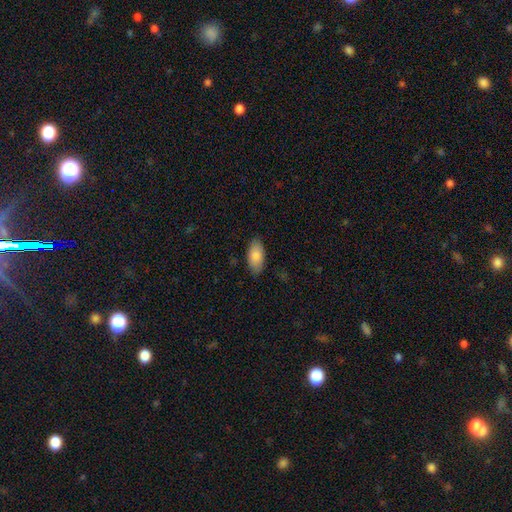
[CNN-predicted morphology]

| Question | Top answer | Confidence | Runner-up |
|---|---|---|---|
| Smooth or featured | smooth | 87% | featured or disk (7%) |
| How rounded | in between | 92% | cigar-shaped (6%) |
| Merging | none | 85% | minor disturbance (11%) |